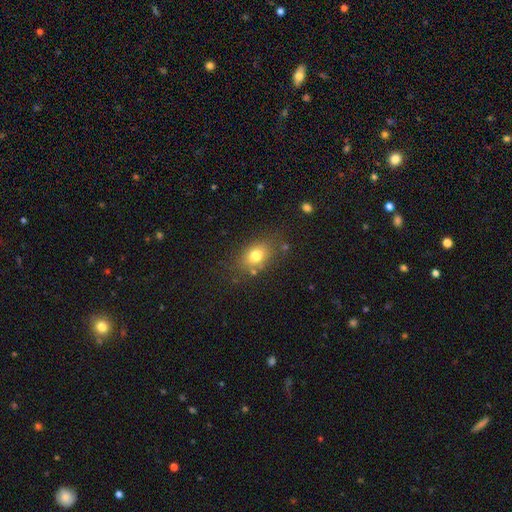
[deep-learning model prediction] smooth-or-featured: smooth: 76% | featured or disk: 12% | star or artifact: 12%
  how-rounded: in between: 71% | round: 27% | cigar-shaped: 2%
  merging: none: 75% | minor disturbance: 15% | major disturbance: 5% | merger: 4%